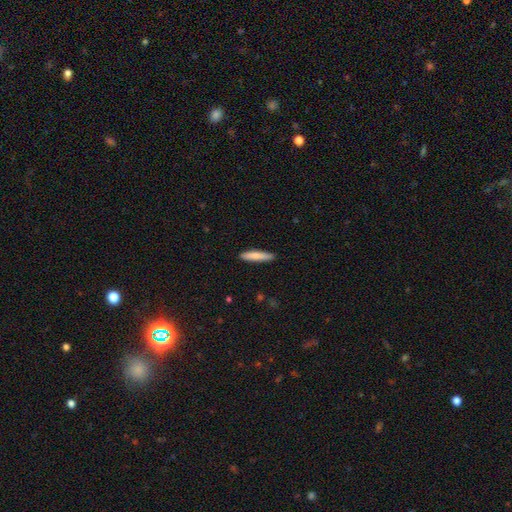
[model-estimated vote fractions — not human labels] Morphology: type=smooth (79%); roundness=cigar-shaped (89%); merging=none (90%).